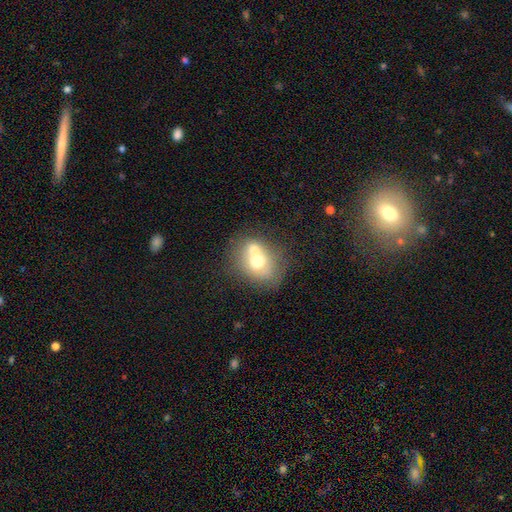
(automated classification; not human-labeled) Overall: smooth (62%; featured or disk 28%). How rounded: round (60%; in between 39%). Merging: merger (54%; none 31%).